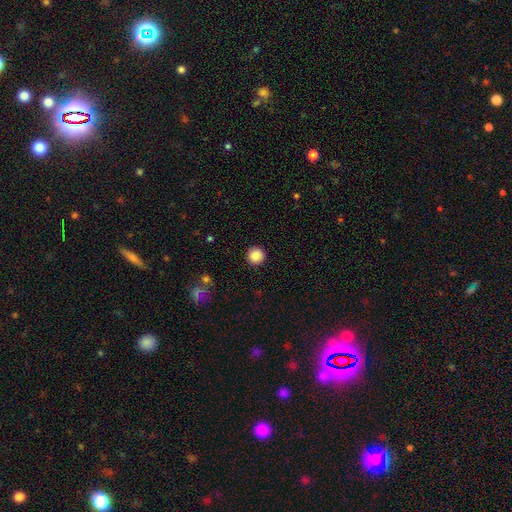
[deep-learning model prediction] Morphology: type=smooth (88%); roundness=round (95%); merging=none (92%).